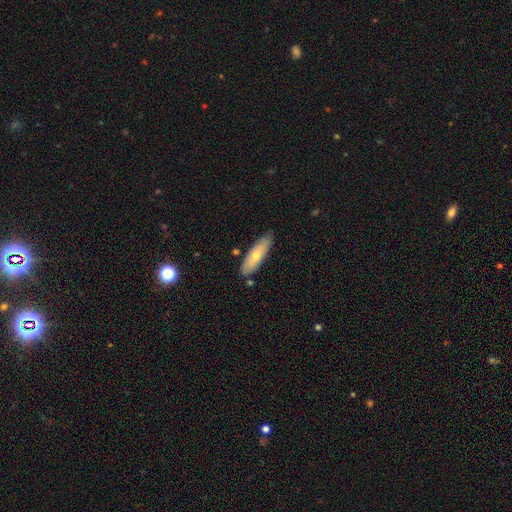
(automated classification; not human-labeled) The model was most divided on "how rounded": cigar-shaped: 54%, in between: 44%, round: 2%. More confident: merging — none (79%); smooth or featured — smooth (67%).